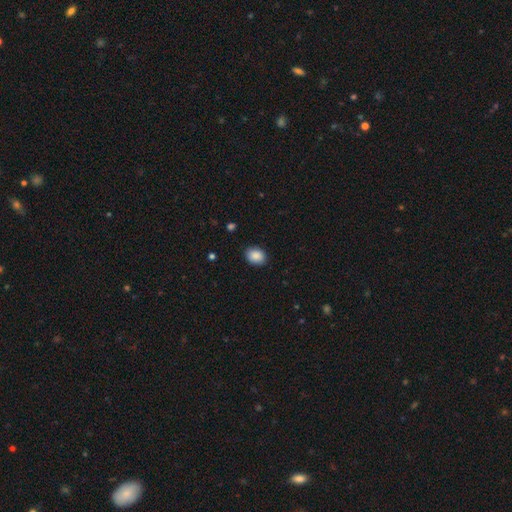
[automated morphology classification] The model was most divided on "how rounded": in between: 61%, round: 38%, cigar-shaped: 1%. More confident: smooth or featured — smooth (89%); merging — none (88%).